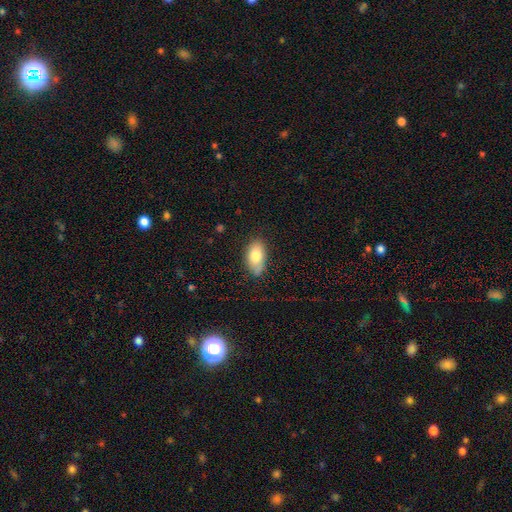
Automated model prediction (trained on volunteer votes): Morphology: type=smooth (77%); roundness=in between (92%); merging=none (71%).